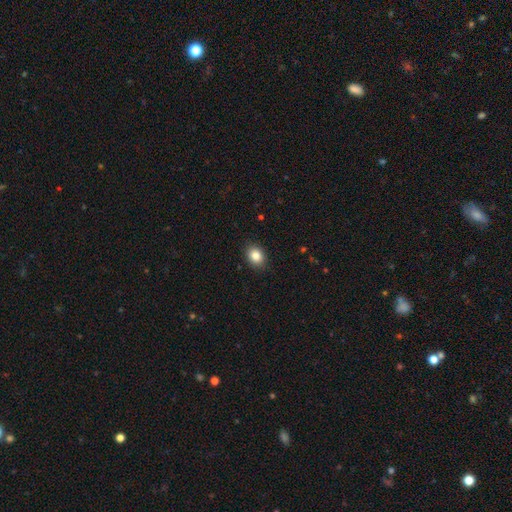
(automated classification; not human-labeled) Smooth or featured? Predicted: smooth (p=0.84). How rounded? Predicted: in between (p=0.58). Merging? Predicted: none (p=0.90).